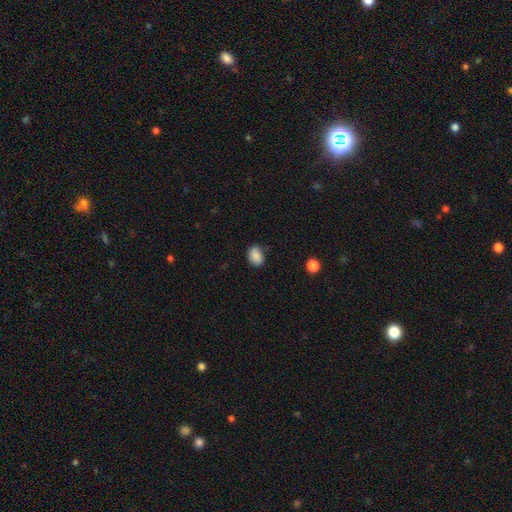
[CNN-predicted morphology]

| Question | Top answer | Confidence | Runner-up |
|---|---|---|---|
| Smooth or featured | smooth | 87% | star or artifact (9%) |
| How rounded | in between | 73% | round (26%) |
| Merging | none | 75% | minor disturbance (20%) |